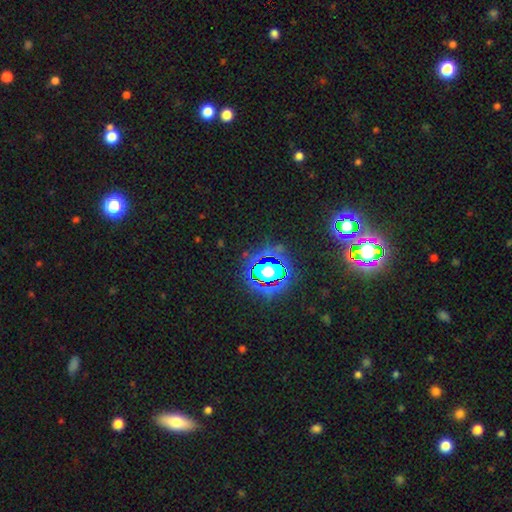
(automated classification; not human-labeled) smooth_or_featured: star or artifact (p=0.79) [alt: smooth p=0.13]